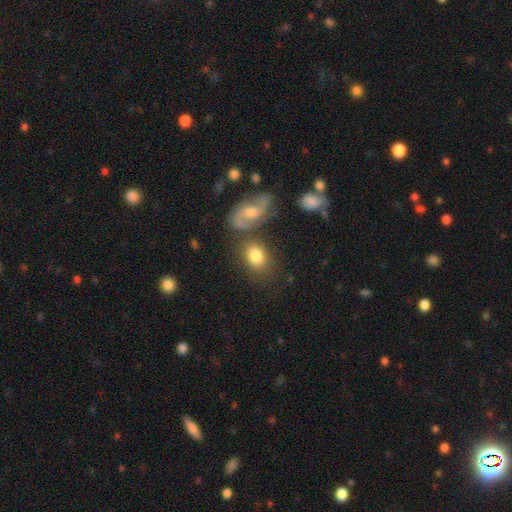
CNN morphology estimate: smooth-or-featured: smooth: 75% | featured or disk: 16% | star or artifact: 8%
  how-rounded: in between: 70% | round: 28% | cigar-shaped: 2%
  merging: none: 61% | merger: 18% | minor disturbance: 15% | major disturbance: 6%